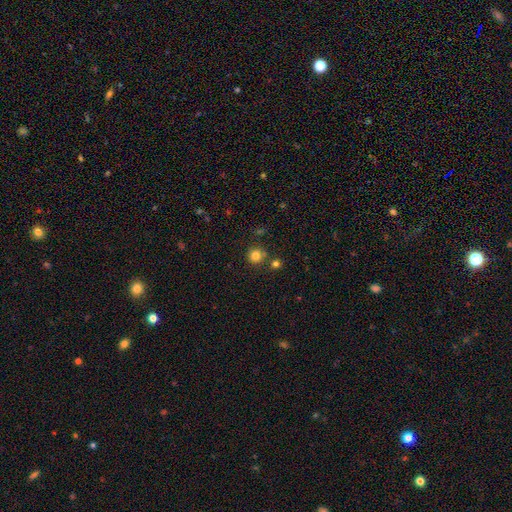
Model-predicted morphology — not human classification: smooth 80%, star or artifact 14%, featured or disk 6%. Down the decision tree: how rounded — round (94%); merging — none (78%).